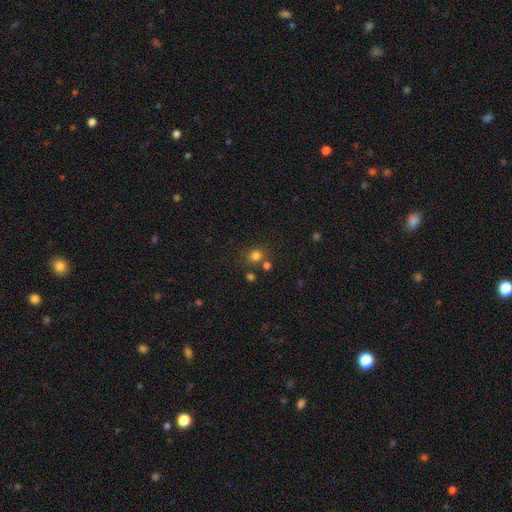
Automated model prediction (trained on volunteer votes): Smooth or featured?
  - smooth: 77% *
  - star or artifact: 16%
  - featured or disk: 7%
How rounded?
  - round: 75% *
  - in between: 24%
  - cigar-shaped: 1%
Merging?
  - none: 68% *
  - merger: 16%
  - minor disturbance: 11%
  - major disturbance: 4%